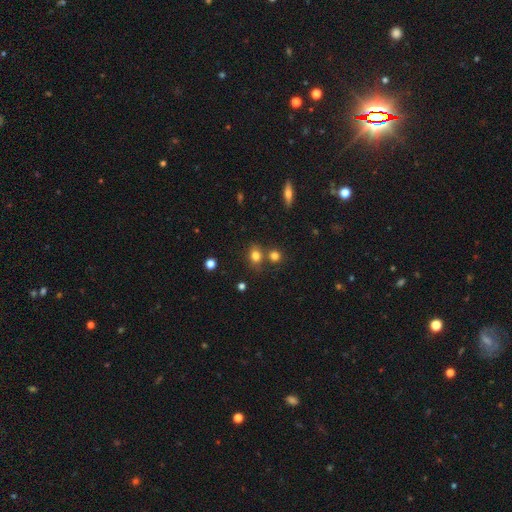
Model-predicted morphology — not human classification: type=smooth (78%); roundness=round (54%); merging=none (64%).